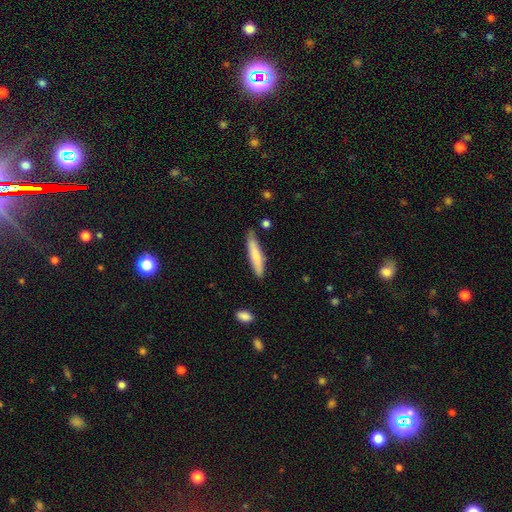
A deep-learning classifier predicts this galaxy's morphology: A smooth galaxy with no disk features (74%) that is cigar-shaped (87%).

Vote fractions:
- Smooth or featured? smooth: 74% / featured or disk: 20% / star or artifact: 5%
- How rounded? cigar-shaped: 87% / in between: 11% / round: 1%
- Merging? none: 77% / minor disturbance: 18% / merger: 3% / major disturbance: 3%